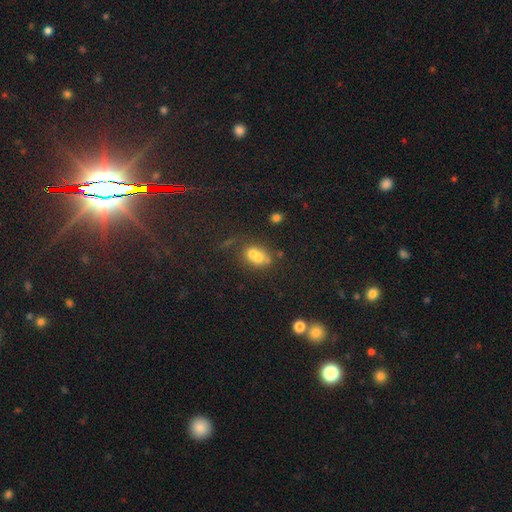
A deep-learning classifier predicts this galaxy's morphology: The model was most divided on "how rounded": round: 58%, in between: 40%, cigar-shaped: 1%. More confident: smooth or featured — smooth (62%); merging — merger (61%).